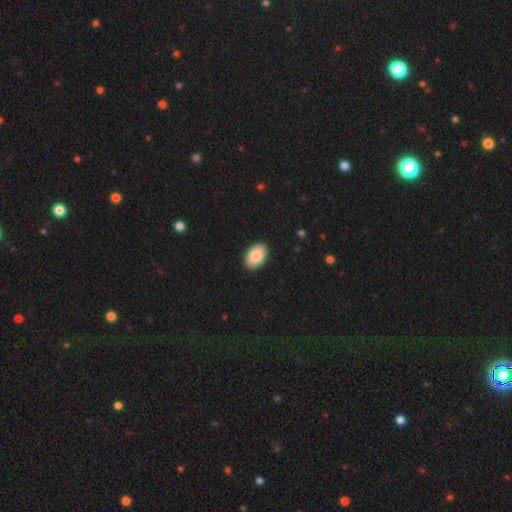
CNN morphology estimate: type=smooth (87%); roundness=in between (91%); merging=none (91%).